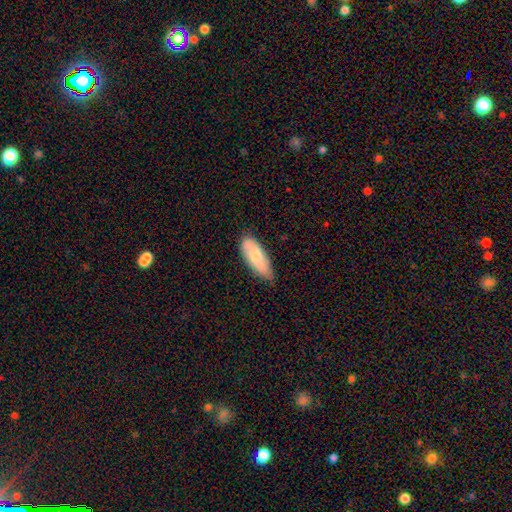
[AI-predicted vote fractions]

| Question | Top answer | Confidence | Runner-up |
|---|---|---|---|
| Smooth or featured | smooth | 72% | featured or disk (23%) |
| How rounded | in between | 74% | cigar-shaped (24%) |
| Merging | none | 66% | minor disturbance (28%) |